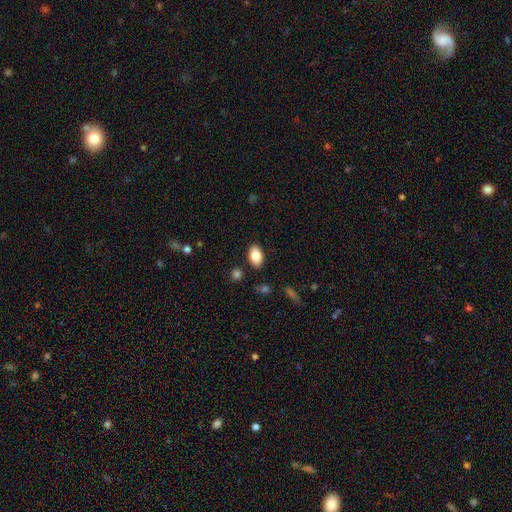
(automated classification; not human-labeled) smooth_or_featured: smooth (p=0.84) [alt: featured or disk p=0.09]
how_rounded: in between (p=0.92) [alt: round p=0.06]
merging: none (p=0.86) [alt: minor disturbance p=0.09]